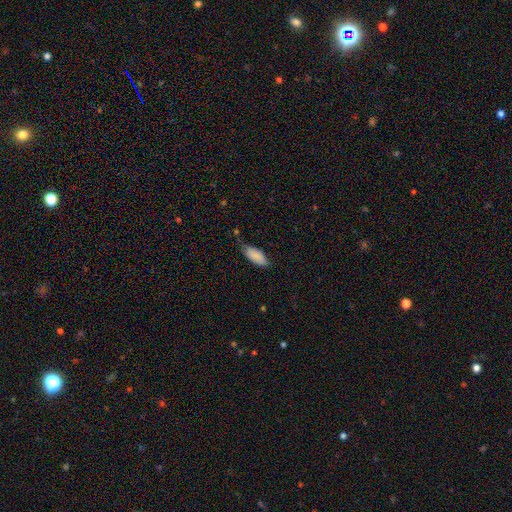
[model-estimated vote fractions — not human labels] A smooth galaxy with no disk features (86%) that is in between round and cigar-shaped (85%).

Vote fractions:
- Smooth or featured? smooth: 86% / featured or disk: 7% / star or artifact: 7%
- How rounded? in between: 85% / cigar-shaped: 13% / round: 2%
- Merging? none: 55% / minor disturbance: 35% / major disturbance: 7% / merger: 3%